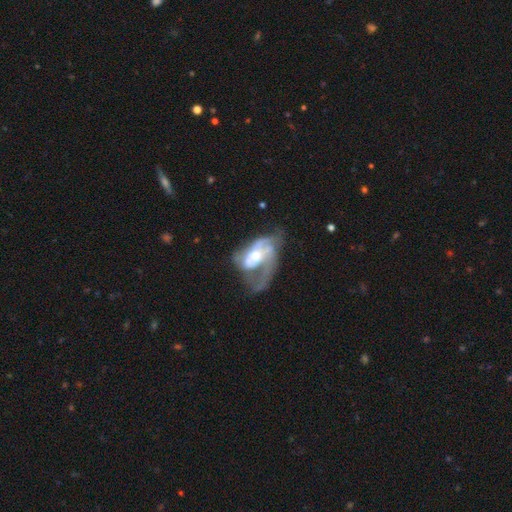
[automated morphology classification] smooth-or-featured: featured or disk: 73% | smooth: 20% | star or artifact: 7%
  disk-edge-on: no: 96% | yes: 4%
    bar: no: 68% | weak: 25% | strong: 7%
    has-spiral-arms: yes: 67% | no: 33%
    bulge-size: moderate: 59% | small: 29% | large: 8% | none: 2% | dominant: 1%
  merging: major disturbance: 51% | none: 22% | minor disturbance: 16% | merger: 11%